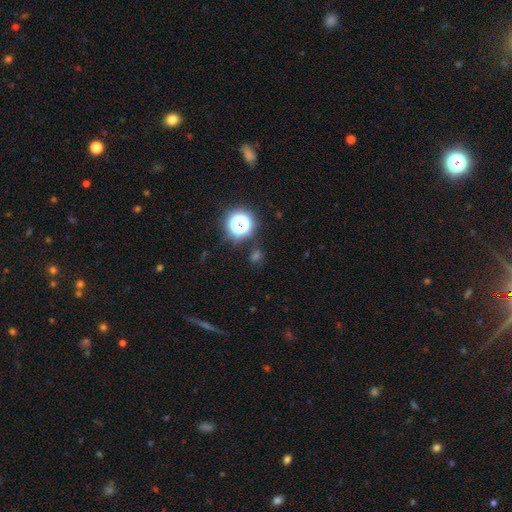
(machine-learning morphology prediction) This appears to be a star or artifact, not a galaxy (56%).